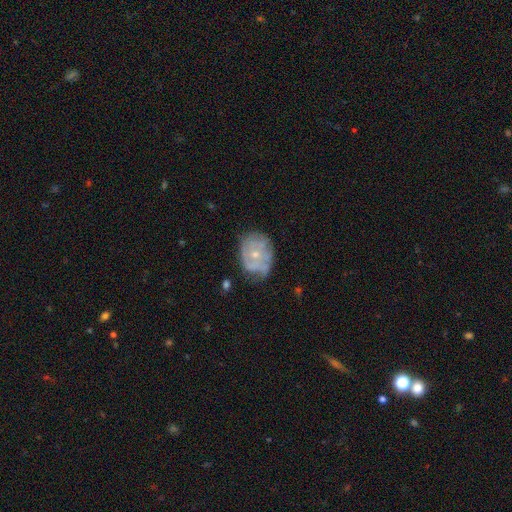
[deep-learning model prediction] The model was most divided on "spiral arms": yes: 55%, no: 45%. More confident: edge-on disk — no (97%); bar — no (83%); bulge size — small (63%); smooth or featured — featured or disk (61%); merging — none (51%).